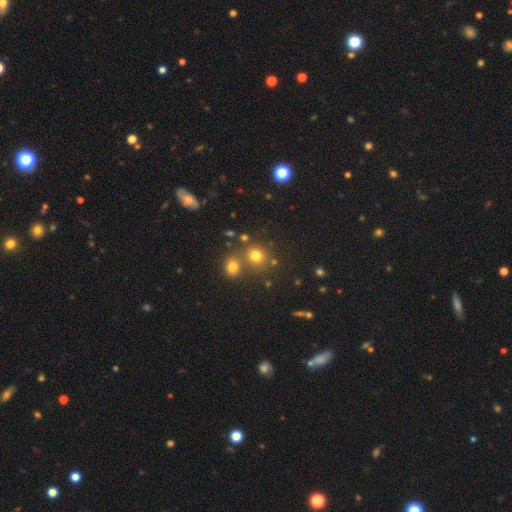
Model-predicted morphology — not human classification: A smooth galaxy with no disk features (73%) that is round (80%).

Vote fractions:
- Smooth or featured? smooth: 73% / star or artifact: 18% / featured or disk: 8%
- How rounded? round: 80% / in between: 19% / cigar-shaped: 1%
- Merging? none: 63% / merger: 25% / minor disturbance: 9% / major disturbance: 4%